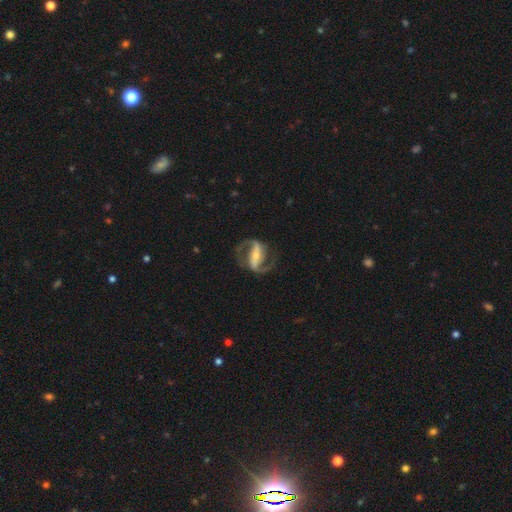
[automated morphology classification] featured or disk 90%, smooth 6%, star or artifact 4%. Down the decision tree: edge-on disk — no (96%); bar — strong (69%); spiral arms — yes (96%); spiral arm count — 2 (93%); spiral winding — medium (55%); bulge size — small (52%); merging — none (76%).